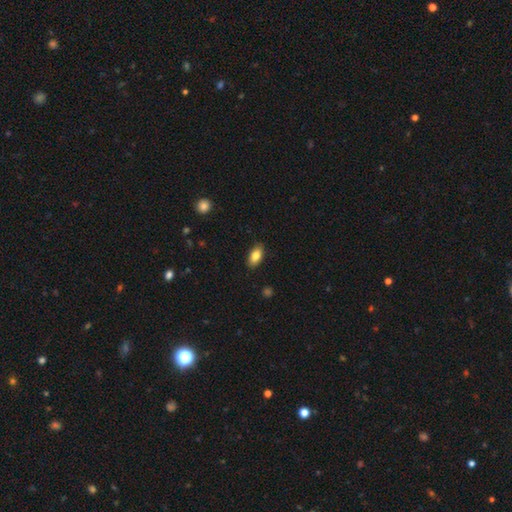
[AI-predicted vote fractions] Smooth or featured? smooth (83%)
How rounded? in between (91%)
Merging? none (88%)